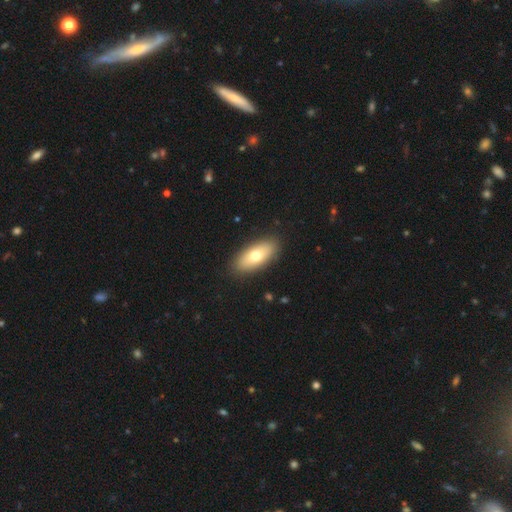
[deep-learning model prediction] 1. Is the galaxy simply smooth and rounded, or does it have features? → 70% smooth, 24% featured or disk, 6% star or artifact.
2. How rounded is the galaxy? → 84% in between, 13% cigar-shaped, 3% round.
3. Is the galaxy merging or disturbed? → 89% none, 8% minor disturbance, 2% major disturbance, 1% merger.